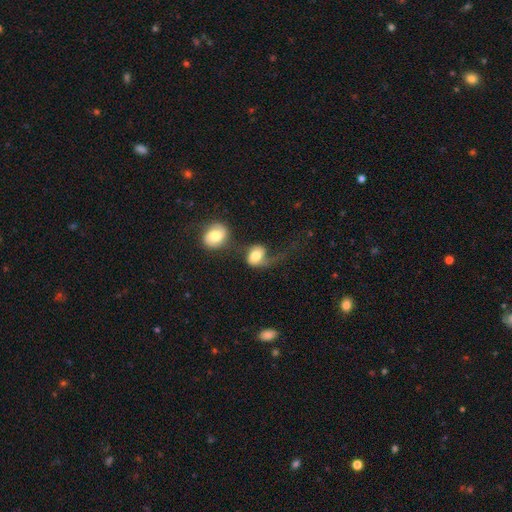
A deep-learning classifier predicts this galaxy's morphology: type=smooth (54%); roundness=in between (54%); merging=major disturbance (34%).